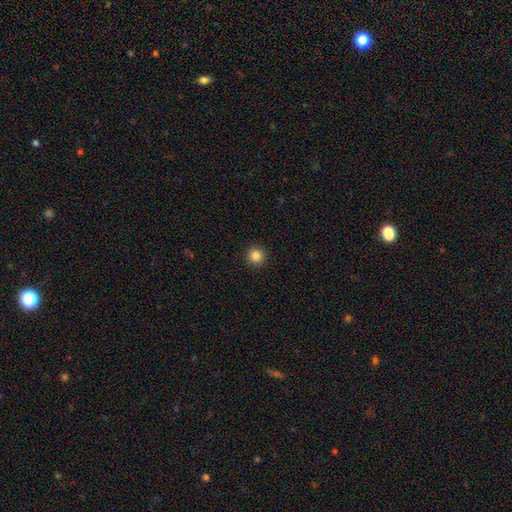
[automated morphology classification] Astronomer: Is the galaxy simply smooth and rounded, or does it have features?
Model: smooth — 85%.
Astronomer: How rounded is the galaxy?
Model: round — 95%.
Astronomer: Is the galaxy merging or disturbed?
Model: none — 93%.